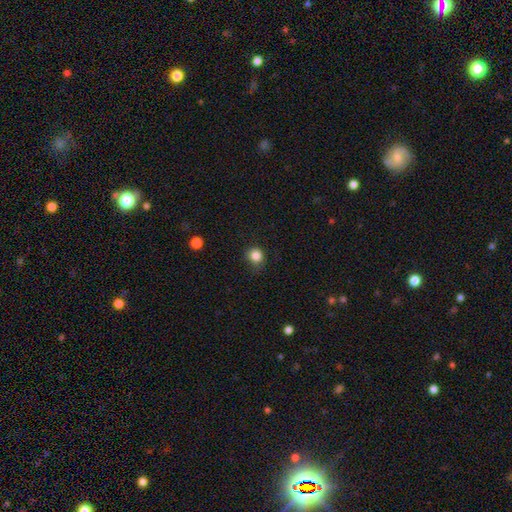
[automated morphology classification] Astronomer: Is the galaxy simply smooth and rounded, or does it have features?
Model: smooth — 84%.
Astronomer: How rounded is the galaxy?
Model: round — 85%.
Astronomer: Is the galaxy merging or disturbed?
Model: none — 75%.